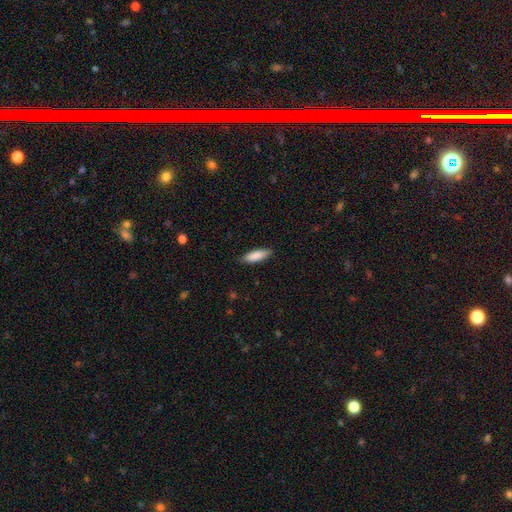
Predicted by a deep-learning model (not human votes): smooth-or-featured: smooth: 86% | featured or disk: 9% | star or artifact: 6%
  how-rounded: in between: 51% | cigar-shaped: 47% | round: 2%
  merging: none: 84% | minor disturbance: 13% | major disturbance: 2% | merger: 1%